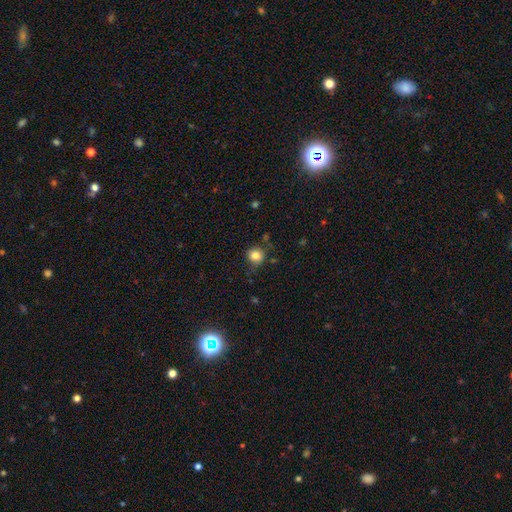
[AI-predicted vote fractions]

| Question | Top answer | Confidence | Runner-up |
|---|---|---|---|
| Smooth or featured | smooth | 82% | star or artifact (12%) |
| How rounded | round | 88% | in between (12%) |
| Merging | none | 78% | minor disturbance (15%) |